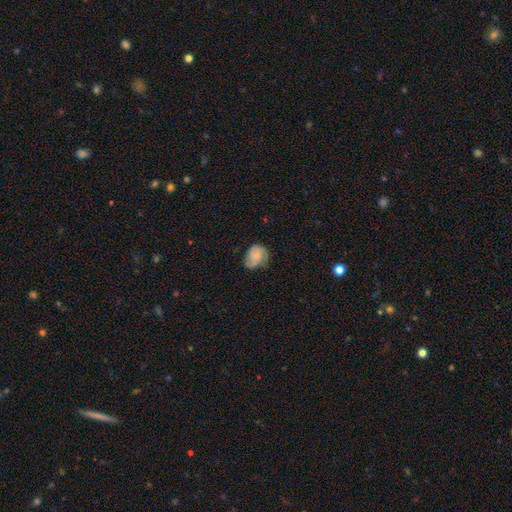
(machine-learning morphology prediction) featured or disk 50%, smooth 42%, star or artifact 8%. Down the decision tree: edge-on disk — no (98%); merging — none (52%).